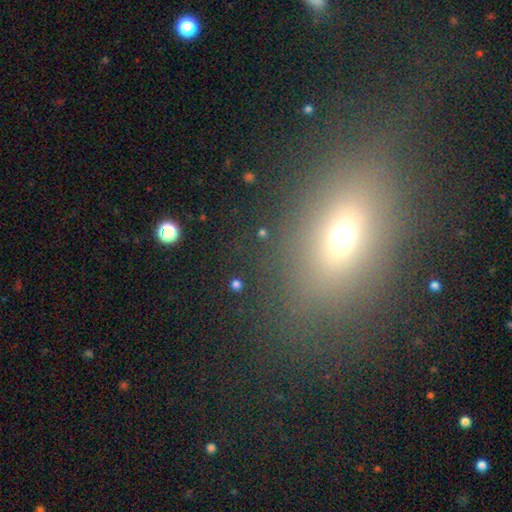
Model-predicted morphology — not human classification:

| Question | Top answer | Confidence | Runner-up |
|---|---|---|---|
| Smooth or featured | smooth | 58% | star or artifact (26%) |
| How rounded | in between | 70% | round (23%) |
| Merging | none | 78% | minor disturbance (11%) |